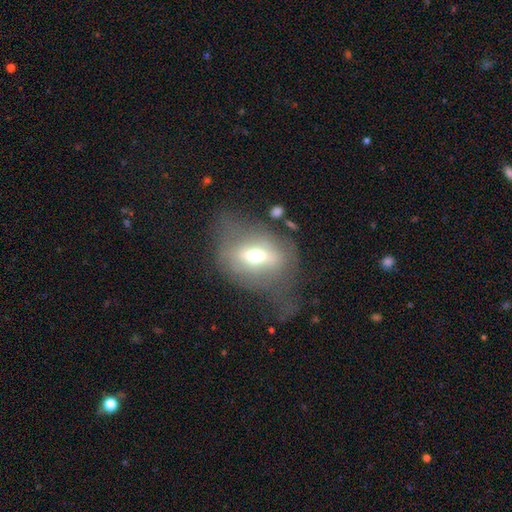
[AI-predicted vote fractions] A smooth galaxy with no disk features (45%).

Vote fractions:
- Smooth or featured? smooth: 45% / featured or disk: 44% / star or artifact: 11%
- Merging? none: 45% / major disturbance: 30% / minor disturbance: 22% / merger: 4%